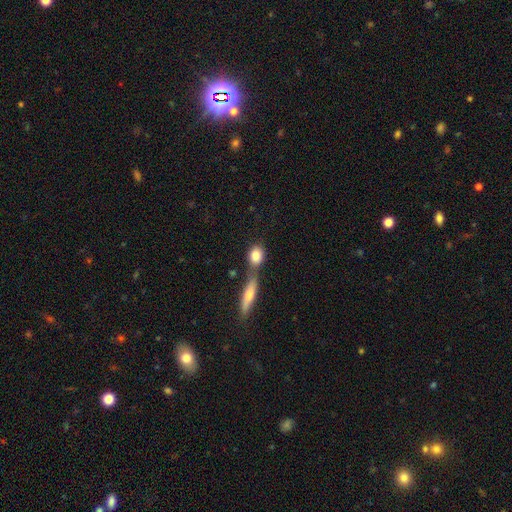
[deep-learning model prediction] A smooth galaxy with no disk features (81%) that is round (47%).

Vote fractions:
- Smooth or featured? smooth: 81% / featured or disk: 11% / star or artifact: 8%
- How rounded? round: 47% / in between: 45% / cigar-shaped: 8%
- Merging? none: 49% / merger: 36% / minor disturbance: 11% / major disturbance: 4%